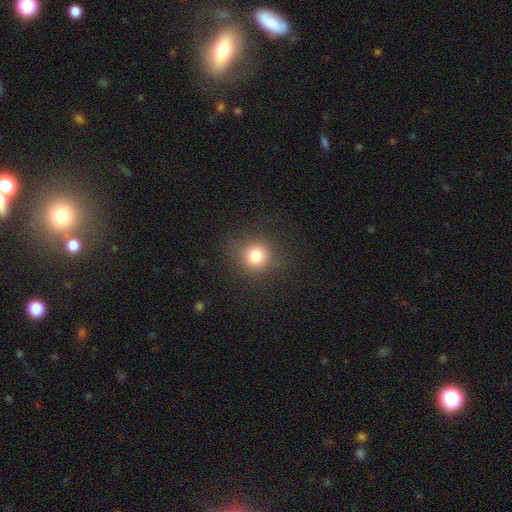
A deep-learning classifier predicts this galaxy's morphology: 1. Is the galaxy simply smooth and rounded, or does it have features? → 80% smooth, 13% star or artifact, 7% featured or disk.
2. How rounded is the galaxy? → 90% round, 9% in between, 1% cigar-shaped.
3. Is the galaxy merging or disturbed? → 85% none, 9% minor disturbance, 4% major disturbance, 1% merger.